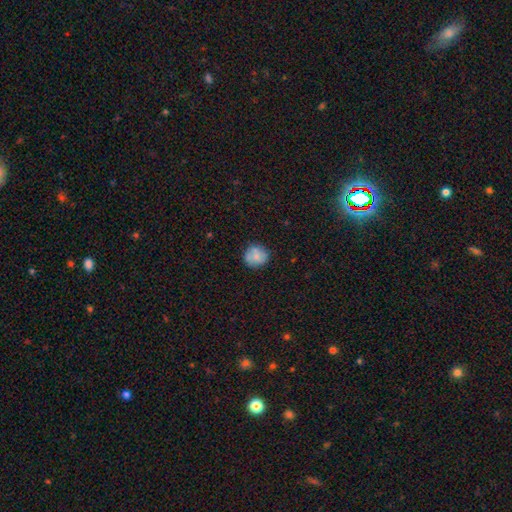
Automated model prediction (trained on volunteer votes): Overall: smooth (70%). How rounded: round (86%). Merging: none (71%).